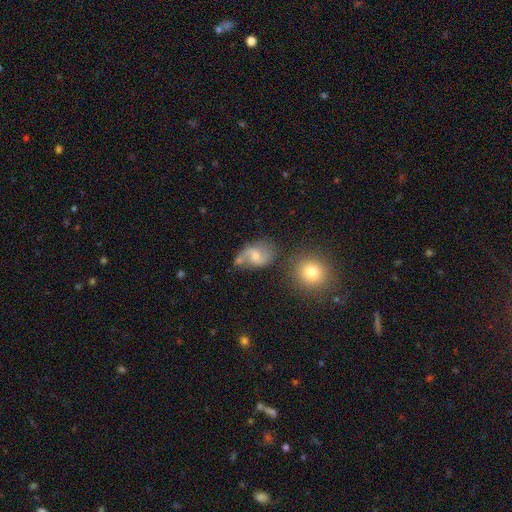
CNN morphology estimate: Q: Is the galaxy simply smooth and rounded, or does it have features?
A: featured or disk — 62%.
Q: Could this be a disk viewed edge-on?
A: no — 97%.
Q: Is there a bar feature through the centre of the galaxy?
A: weak — 45%, tied with no.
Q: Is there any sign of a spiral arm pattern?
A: yes — 86%.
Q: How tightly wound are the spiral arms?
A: loose — 58%.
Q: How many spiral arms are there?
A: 2 — 79%.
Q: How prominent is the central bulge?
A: small — 49%.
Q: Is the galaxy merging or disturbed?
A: none — 45%.